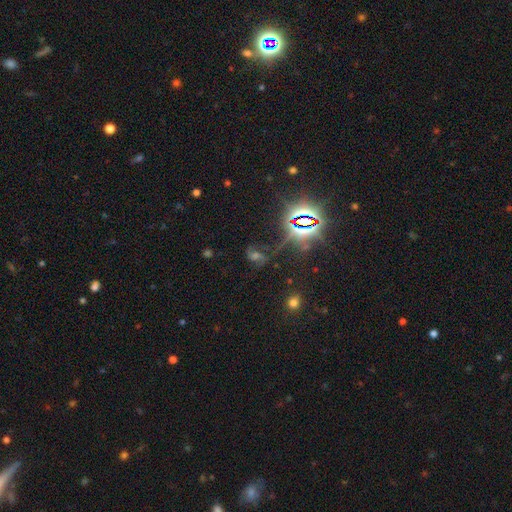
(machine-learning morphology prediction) A star or artifact, not a galaxy (58%).

Vote fractions:
- Smooth or featured? star or artifact: 58% / featured or disk: 24% / smooth: 18%